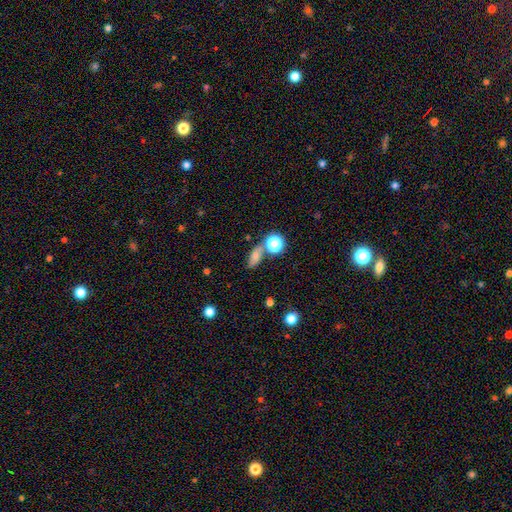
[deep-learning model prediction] A smooth galaxy with no disk features (57%) that is in between round and cigar-shaped (56%). Merging: none (59%).